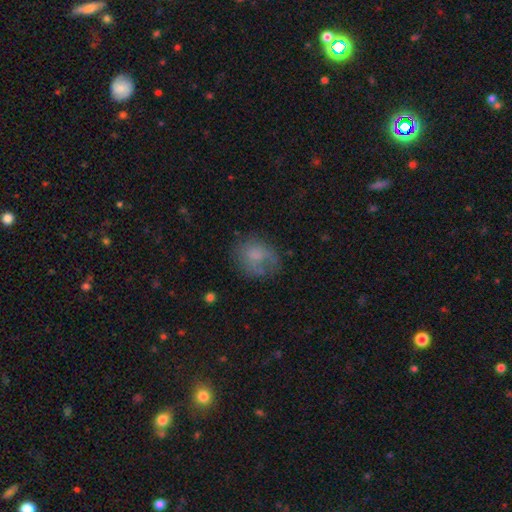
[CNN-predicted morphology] Smooth or featured?
  - smooth: 65% *
  - featured or disk: 24%
  - star or artifact: 11%
How rounded?
  - round: 55% *
  - in between: 44%
  - cigar-shaped: 1%
Merging?
  - none: 49% *
  - minor disturbance: 25%
  - major disturbance: 22%
  - merger: 3%